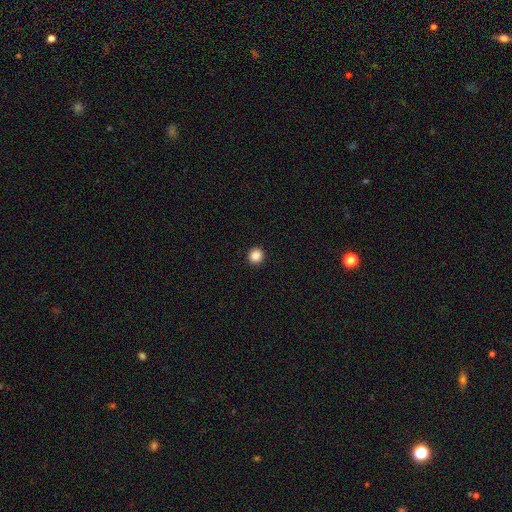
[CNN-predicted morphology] A smooth galaxy with no disk features (88%) that is round (92%). Merging: none (93%).